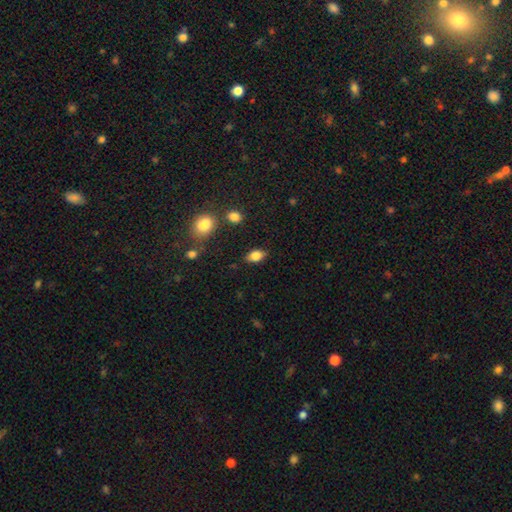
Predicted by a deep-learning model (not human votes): The model was most divided on "smooth or featured": smooth: 79%, featured or disk: 11%, star or artifact: 9%. More confident: how rounded — in between (83%); merging — none (81%).